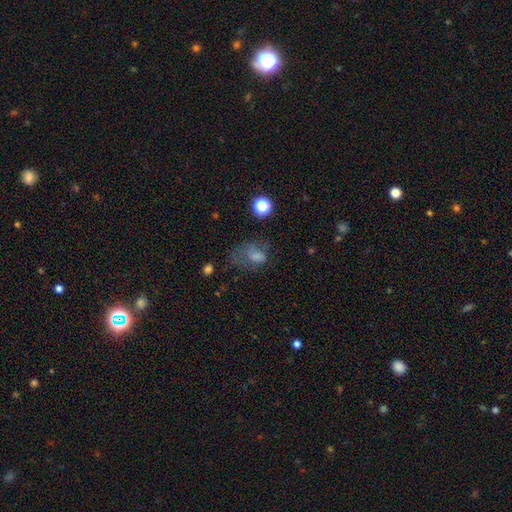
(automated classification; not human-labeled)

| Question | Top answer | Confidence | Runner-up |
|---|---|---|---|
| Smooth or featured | smooth | 51% | featured or disk (26%) |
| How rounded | in between | 69% | round (29%) |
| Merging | none | 38% | major disturbance (34%) |